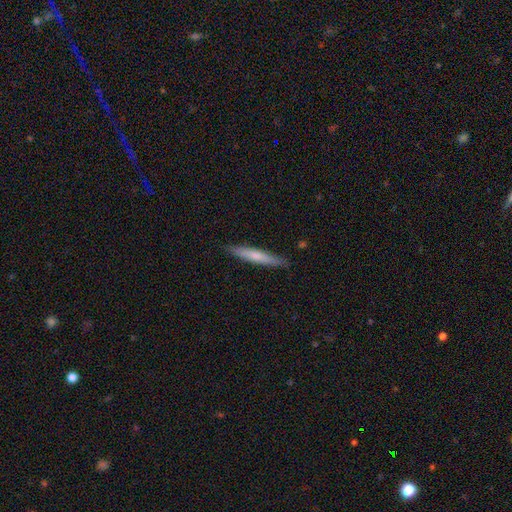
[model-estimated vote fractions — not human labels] Smooth or featured? Predicted: smooth (p=0.64). How rounded? Predicted: cigar-shaped (p=0.94). Merging? Predicted: none (p=0.89).